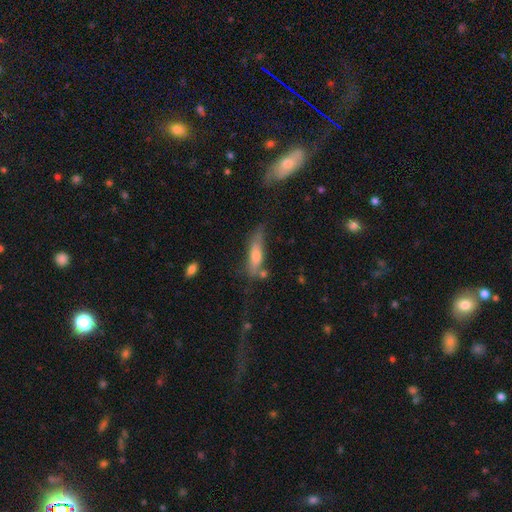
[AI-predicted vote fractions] smooth-or-featured: smooth: 58% | featured or disk: 33% | star or artifact: 9%
  how-rounded: cigar-shaped: 67% | in between: 31% | round: 2%
  merging: none: 49% | minor disturbance: 28% | major disturbance: 14% | merger: 9%